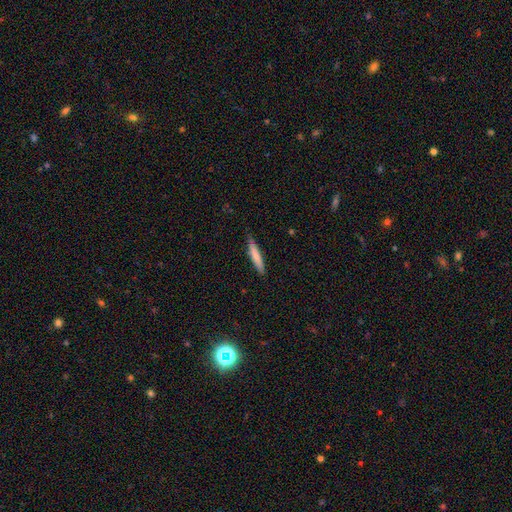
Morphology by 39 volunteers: Smooth or featured?
  - smooth: 72% *
  - featured or disk: 18%
  - star or artifact: 10%
How rounded?
  - cigar-shaped: 89% *
  - in between: 11%
  - round: 0%
Merging?
  - none: 80% *
  - minor disturbance: 14%
  - major disturbance: 6%
  - merger: 0%